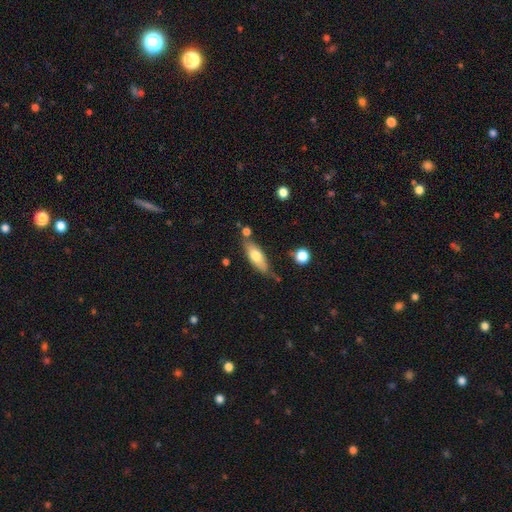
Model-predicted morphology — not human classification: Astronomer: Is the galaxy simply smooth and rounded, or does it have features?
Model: smooth — 66%.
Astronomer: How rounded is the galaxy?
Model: in between — 61%.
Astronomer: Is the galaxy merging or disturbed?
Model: none — 65%.